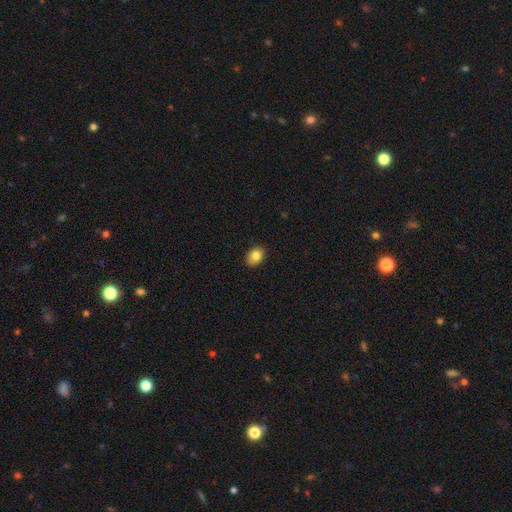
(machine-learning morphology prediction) type=smooth (84%); roundness=in between (73%); merging=none (86%).